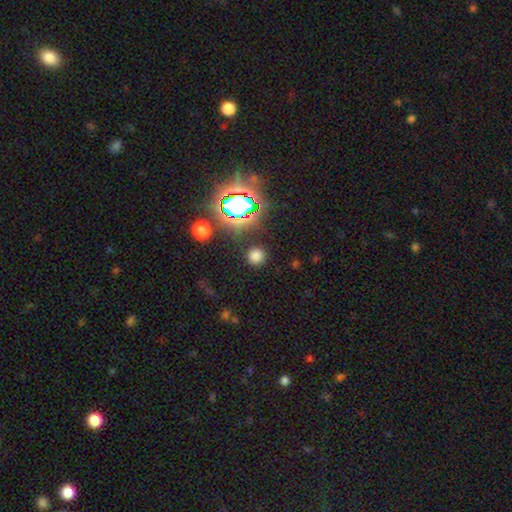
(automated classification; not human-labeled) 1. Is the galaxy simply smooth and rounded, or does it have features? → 72% smooth, 22% star or artifact, 6% featured or disk.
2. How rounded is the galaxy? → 93% round, 5% in between, 1% cigar-shaped.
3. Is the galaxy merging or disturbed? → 88% none, 7% minor disturbance, 3% major disturbance, 2% merger.